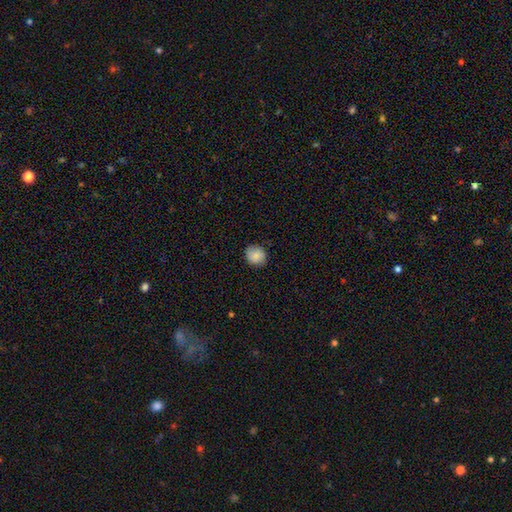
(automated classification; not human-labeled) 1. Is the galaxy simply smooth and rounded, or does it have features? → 83% smooth, 10% featured or disk, 8% star or artifact.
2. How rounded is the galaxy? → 76% round, 23% in between, 1% cigar-shaped.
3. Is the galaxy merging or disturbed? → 84% none, 13% minor disturbance, 3% major disturbance, 1% merger.